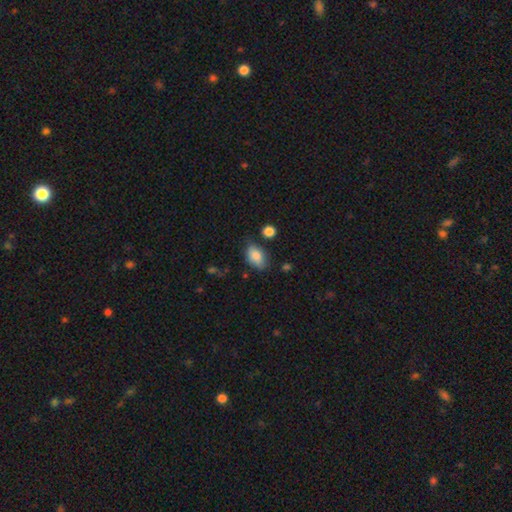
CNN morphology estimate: Smooth or featured? Predicted: smooth (p=0.84). How rounded? Predicted: in between (p=0.88). Merging? Predicted: none (p=0.69).